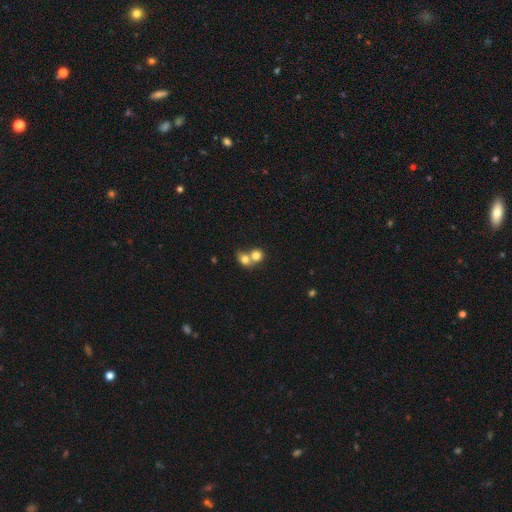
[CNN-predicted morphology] Smooth or featured?
  - smooth: 77% *
  - featured or disk: 13%
  - star or artifact: 10%
How rounded?
  - round: 72% *
  - in between: 27%
  - cigar-shaped: 1%
Merging?
  - merger: 66% *
  - none: 26%
  - minor disturbance: 5%
  - major disturbance: 3%